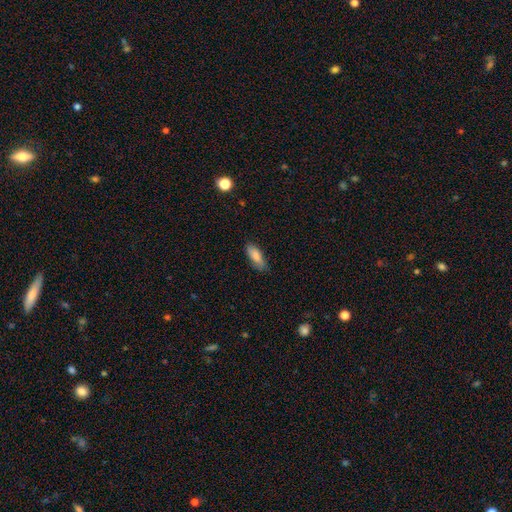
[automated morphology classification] Smooth or featured?
  - smooth: 84% *
  - featured or disk: 9%
  - star or artifact: 7%
How rounded?
  - in between: 67% *
  - cigar-shaped: 31%
  - round: 2%
Merging?
  - none: 78% *
  - minor disturbance: 17%
  - major disturbance: 3%
  - merger: 1%